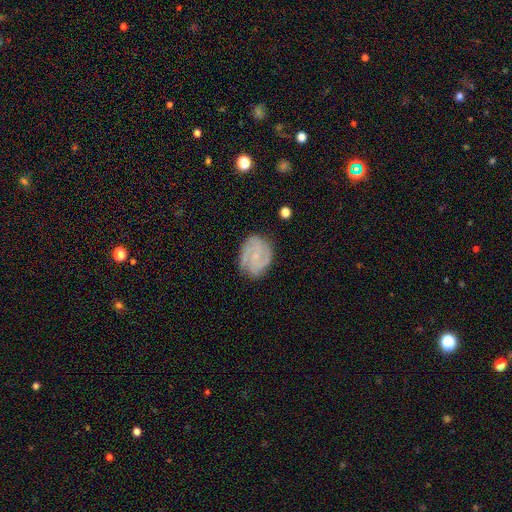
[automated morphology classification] smooth_or_featured: featured or disk (p=0.74) [alt: smooth p=0.19]
disk_edge_on: no (p=0.98) [alt: yes p=0.02]
bar: no (p=0.59) [alt: weak p=0.35]
has_spiral_arms: yes (p=0.94) [alt: no p=0.06]
spiral_winding: tight (p=0.52) [alt: medium p=0.38]
spiral_arm_count: 2 (p=0.40) [alt: 3 p=0.26]
bulge_size: small (p=0.71) [alt: none p=0.14]
merging: none (p=0.76) [alt: minor disturbance p=0.18]